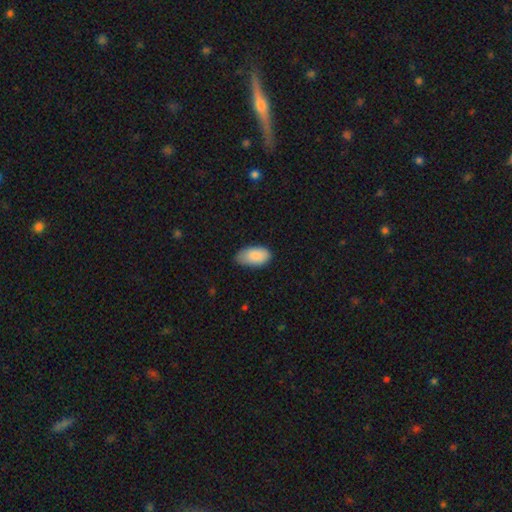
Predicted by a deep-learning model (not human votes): This appears to be a smooth galaxy with no disk features (88%) that is in between round and cigar-shaped (95%). Merging: none (66%).